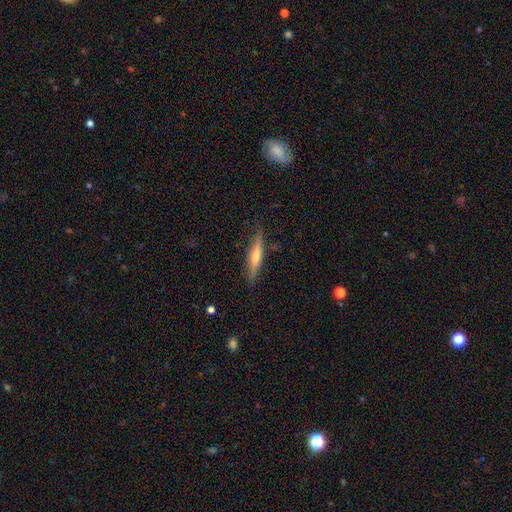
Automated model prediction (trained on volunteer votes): A featured or disk galaxy (54%) viewed edge-on (95%) with a rounded central bulge (71%).

Vote fractions:
- Smooth or featured? featured or disk: 54% / smooth: 39% / star or artifact: 6%
- Edge-on disk? yes: 95% / no: 5%
- Edge-on bulge? rounded: 71% / none: 18% / boxy: 10%
- Merging? none: 85% / minor disturbance: 12% / major disturbance: 2% / merger: 1%